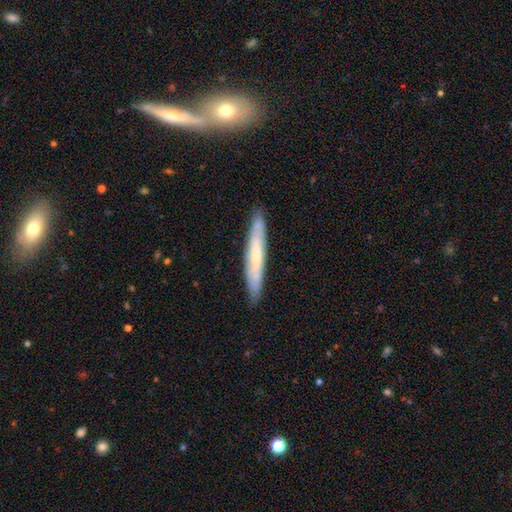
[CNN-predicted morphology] The model was most divided on "smooth or featured": featured or disk: 50%, smooth: 44%, star or artifact: 6%. More confident: merging — none (87%).